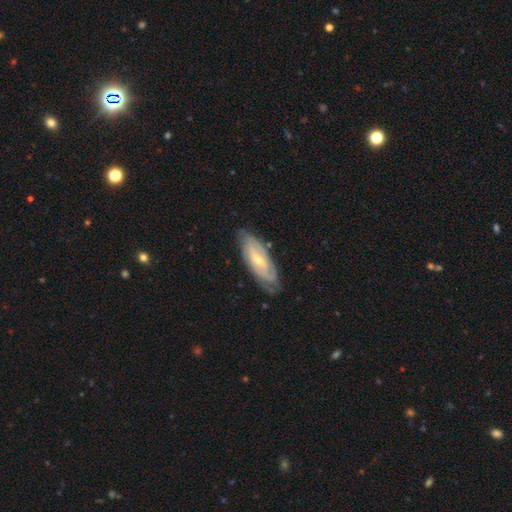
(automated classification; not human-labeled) Smooth or featured?
  - featured or disk: 60% *
  - smooth: 29%
  - star or artifact: 11%
Edge-on disk?
  - no: 73% *
  - yes: 27%
Merging?
  - none: 82% *
  - minor disturbance: 14%
  - major disturbance: 3%
  - merger: 1%